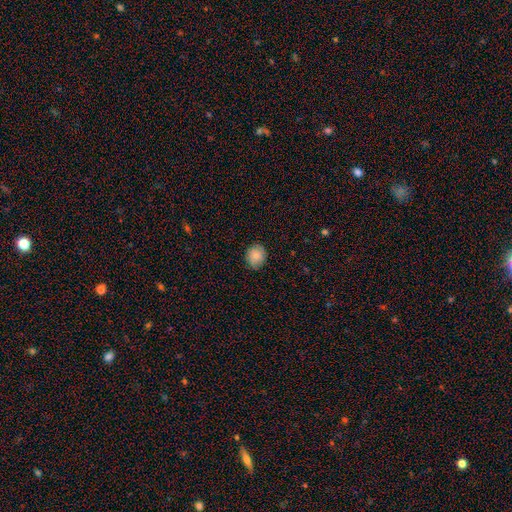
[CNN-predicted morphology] The model was most divided on "how rounded": round: 71%, in between: 28%, cigar-shaped: 1%. More confident: merging — none (85%); smooth or featured — smooth (85%).